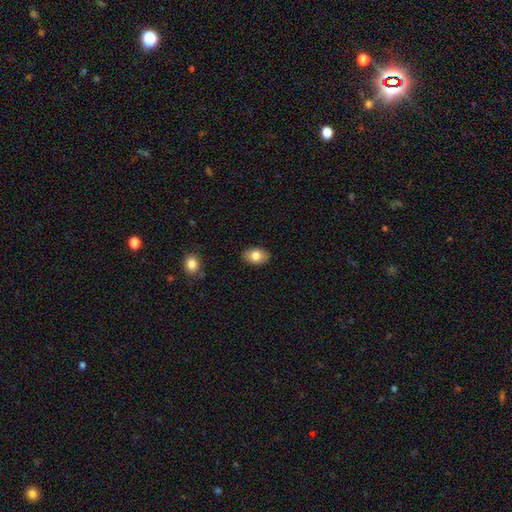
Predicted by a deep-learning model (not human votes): smooth 81%, featured or disk 11%, star or artifact 8%. Down the decision tree: how rounded — in between (82%); merging — none (88%).